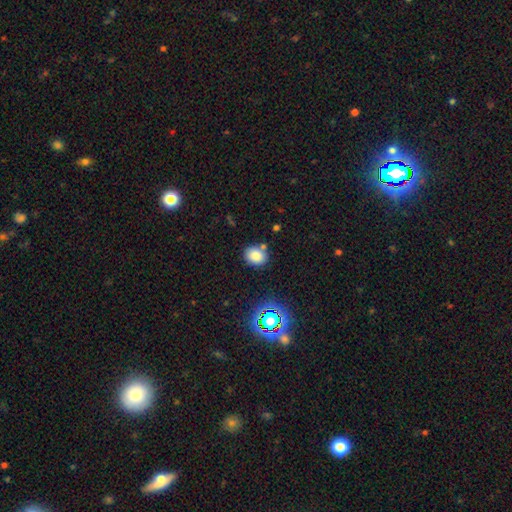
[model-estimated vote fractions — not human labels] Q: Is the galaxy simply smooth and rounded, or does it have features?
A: smooth — 82%.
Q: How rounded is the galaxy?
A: round — 51%.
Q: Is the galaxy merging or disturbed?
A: none — 76%.